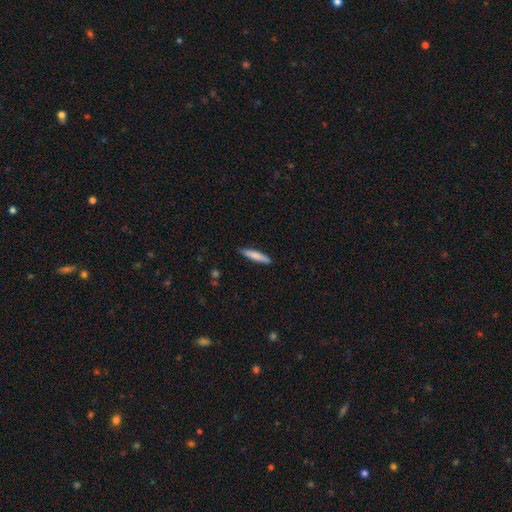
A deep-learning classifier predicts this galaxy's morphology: smooth-or-featured: smooth: 79% | featured or disk: 15% | star or artifact: 5%
  how-rounded: cigar-shaped: 88% | in between: 10% | round: 1%
  merging: none: 87% | minor disturbance: 10% | major disturbance: 2% | merger: 1%